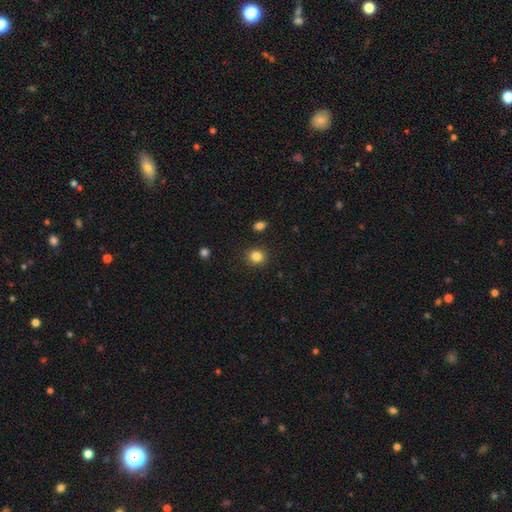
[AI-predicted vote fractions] Overall: smooth (85%). How rounded: round (81%). Merging: none (89%).